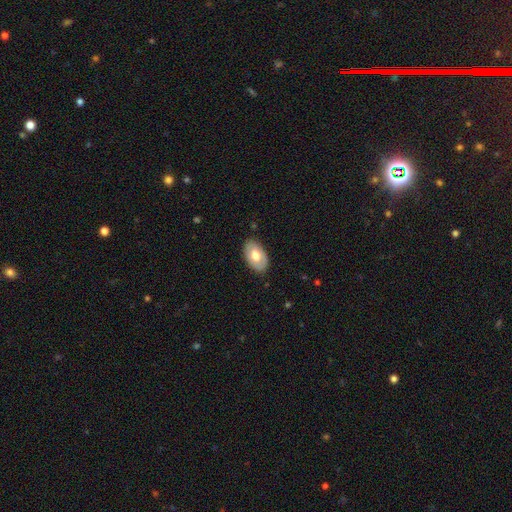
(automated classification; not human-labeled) A smooth galaxy with no disk features (60%) that is in between round and cigar-shaped (92%). Merging: none (84%).